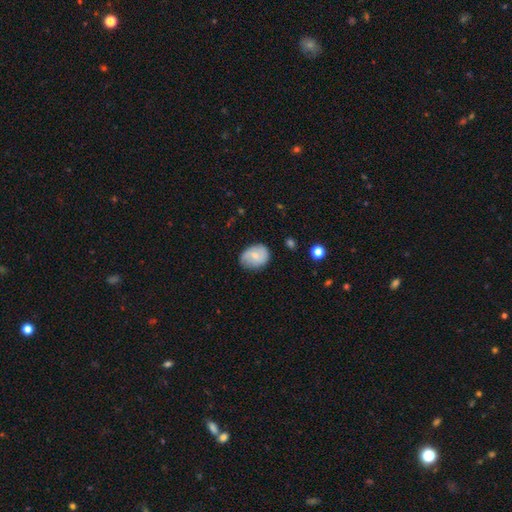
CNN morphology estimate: Smooth or featured? smooth (58%)
How rounded? in between (56%)
Merging? none (68%)